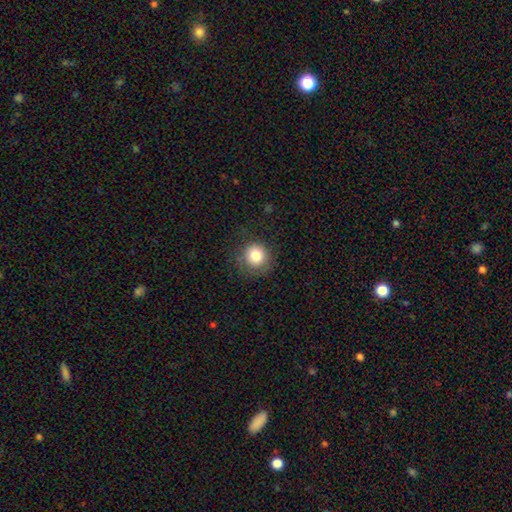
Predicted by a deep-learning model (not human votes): smooth-or-featured: smooth: 82% | star or artifact: 11% | featured or disk: 7%
  how-rounded: round: 92% | in between: 7% | cigar-shaped: 1%
  merging: none: 78% | minor disturbance: 15% | major disturbance: 6% | merger: 1%